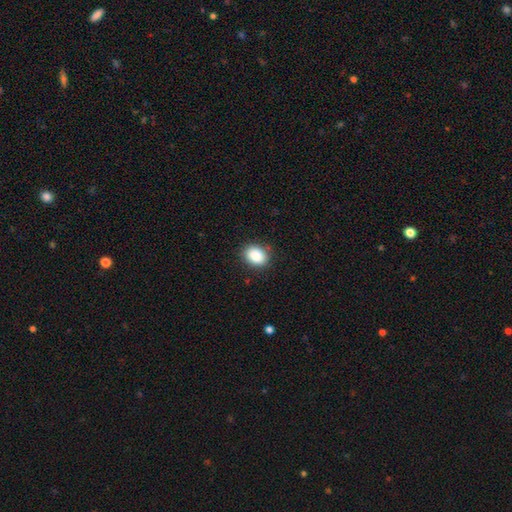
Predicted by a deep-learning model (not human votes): The model was most divided on "how rounded": in between: 64%, round: 35%, cigar-shaped: 1%. More confident: smooth or featured — smooth (88%); merging — none (86%).